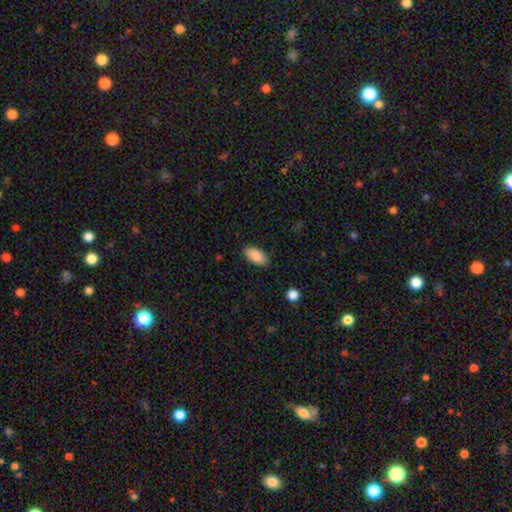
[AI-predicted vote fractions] This is clearly a smooth galaxy (89%). How rounded: clearly in between (93%). Merging: clearly none (86%).